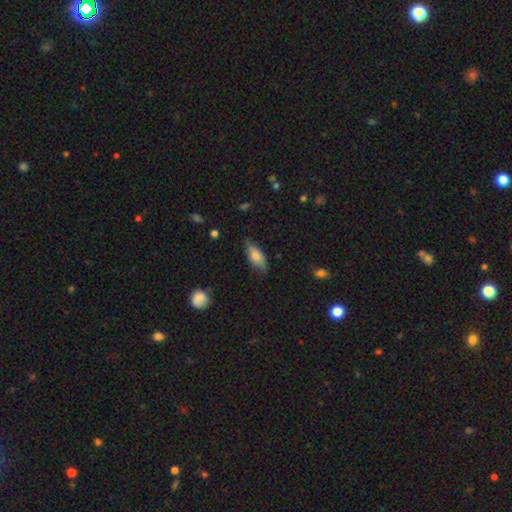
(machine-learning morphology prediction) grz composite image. It shows a smooth galaxy with no disk features (70%) that is in between round and cigar-shaped (79%). Merging: none (74%).